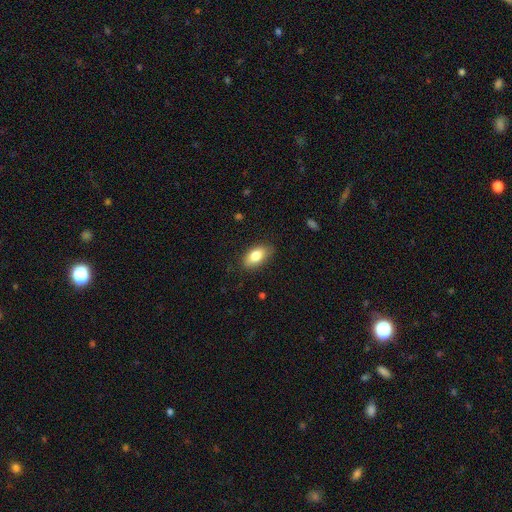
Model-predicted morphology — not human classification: smooth 82%, featured or disk 11%, star or artifact 7%. Down the decision tree: how rounded — in between (91%); merging — none (83%).